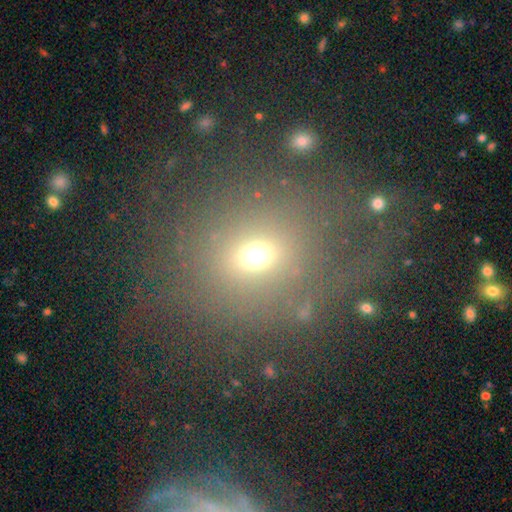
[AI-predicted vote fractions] This appears to be a smooth galaxy with no disk features (64%) that is round (72%). Merging: none (69%).